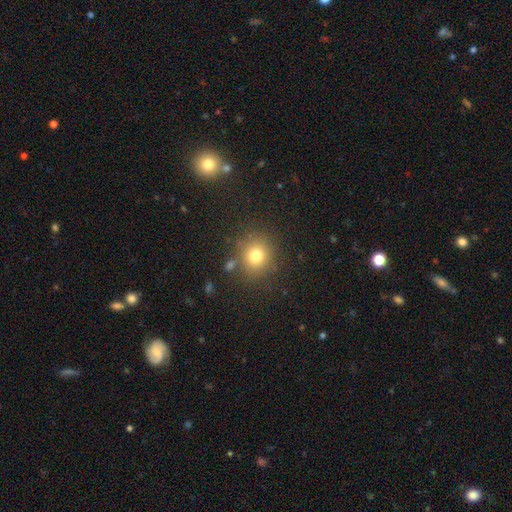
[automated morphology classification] Smooth or featured: smooth — 77% (star or artifact — 14%)
How rounded: round — 84% (in between — 15%)
Merging: none — 81% (minor disturbance — 10%)